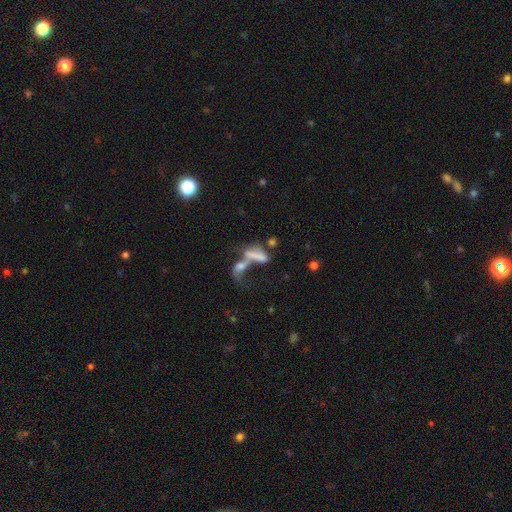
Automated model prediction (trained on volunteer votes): Morphology: type=smooth (49%); merging=merger (61%).